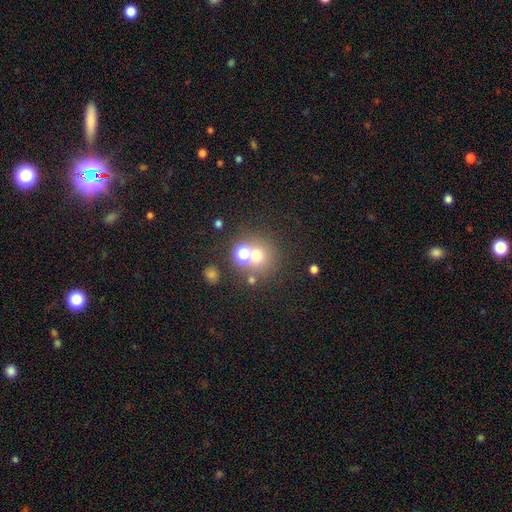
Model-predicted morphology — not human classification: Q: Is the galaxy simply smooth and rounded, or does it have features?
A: smooth — 62%.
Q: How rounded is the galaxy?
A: round — 88%.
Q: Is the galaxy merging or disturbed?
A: none — 61%.